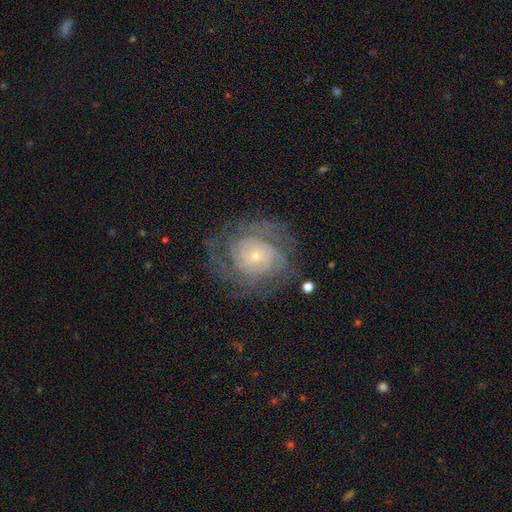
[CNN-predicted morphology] smooth_or_featured: featured or disk (p=0.81) [alt: smooth p=0.12]
disk_edge_on: no (p=0.97) [alt: yes p=0.03]
bar: no (p=0.79) [alt: weak p=0.17]
has_spiral_arms: yes (p=0.92) [alt: no p=0.08]
spiral_winding: tight (p=0.68) [alt: medium p=0.25]
spiral_arm_count: can't tell (p=0.39) [alt: 2 p=0.17]
bulge_size: small (p=0.74) [alt: moderate p=0.22]
merging: none (p=0.72) [alt: minor disturbance p=0.16]